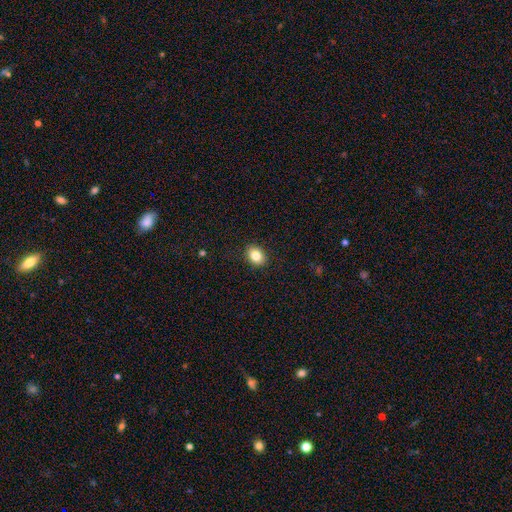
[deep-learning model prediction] A smooth galaxy with no disk features (83%) that is in between round and cigar-shaped (65%).

Vote fractions:
- Smooth or featured? smooth: 83% / star or artifact: 9% / featured or disk: 8%
- How rounded? in between: 65% / round: 34% / cigar-shaped: 1%
- Merging? none: 89% / minor disturbance: 8% / major disturbance: 2% / merger: 1%